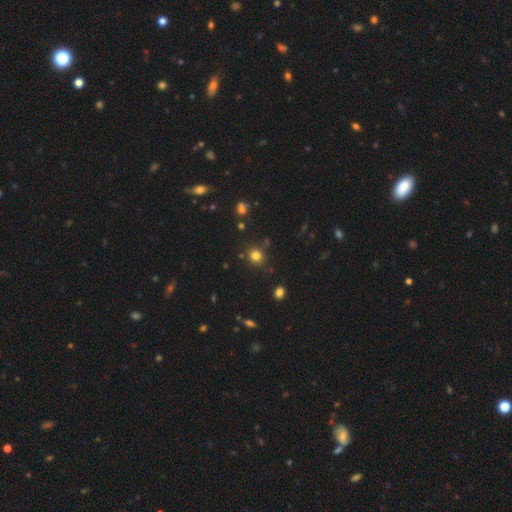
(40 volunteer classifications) A smooth galaxy with no disk features (95%) that is round (76%).

Vote fractions:
- Smooth or featured? smooth: 95% / star or artifact: 5% / featured or disk: 0%
- How rounded? round: 76% / in between: 24% / cigar-shaped: 0%
- Merging? none: 79% / minor disturbance: 16% / merger: 5% / major disturbance: 0%